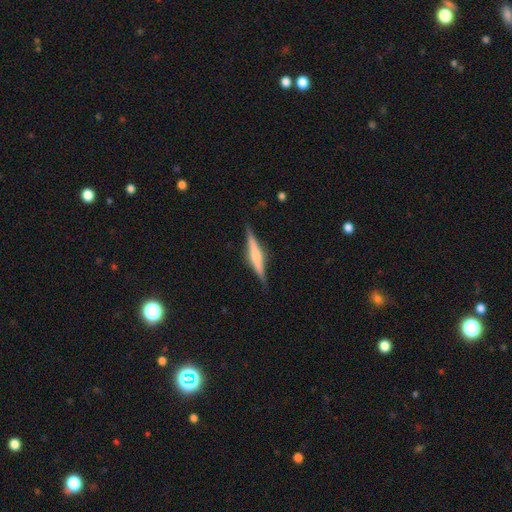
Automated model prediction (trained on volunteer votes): This appears to be a featured or disk galaxy (65%) viewed edge-on (98%) with a rounded central bulge (66%). Merging: none (88%).